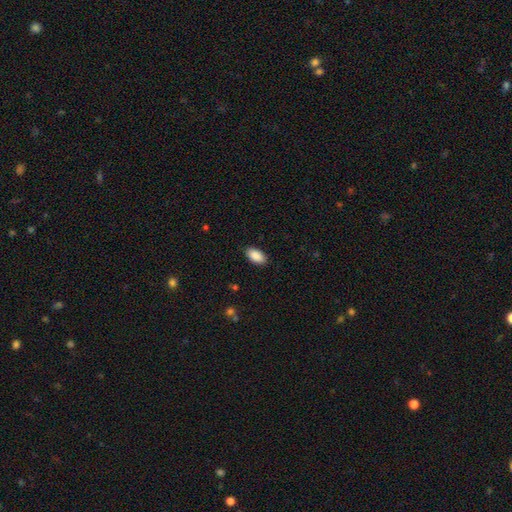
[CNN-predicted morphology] Smooth or featured?
  - smooth: 90% *
  - star or artifact: 7%
  - featured or disk: 3%
How rounded?
  - in between: 94% *
  - round: 3%
  - cigar-shaped: 3%
Merging?
  - none: 89% *
  - minor disturbance: 8%
  - major disturbance: 2%
  - merger: 1%